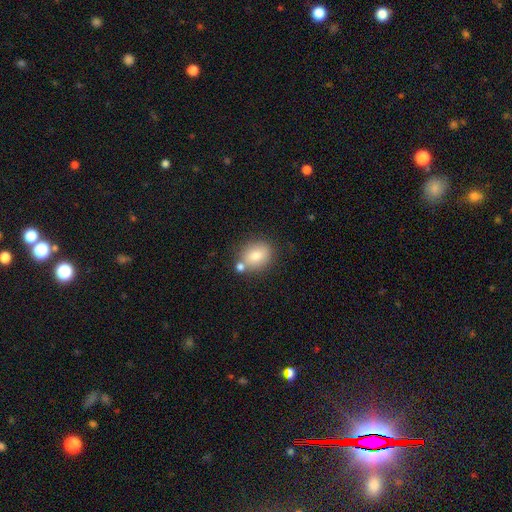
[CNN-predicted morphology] This appears to be a smooth galaxy with no disk features (80%) that is round (52%). Merging: none (67%).